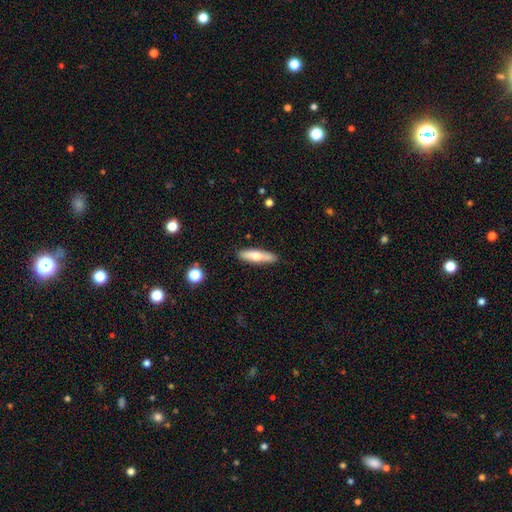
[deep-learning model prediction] Morphology: type=smooth (64%); roundness=cigar-shaped (73%); merging=none (85%).